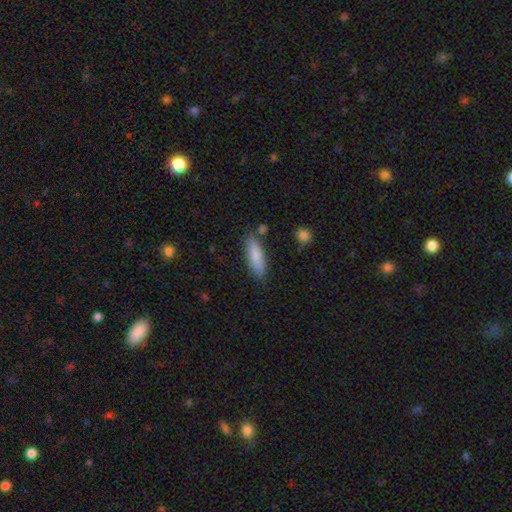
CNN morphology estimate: Q: Smooth or featured?
A: smooth (83%); runner-up: featured or disk (11%)
Q: How rounded?
A: in between (54%); runner-up: cigar-shaped (44%)
Q: Merging?
A: none (78%); runner-up: minor disturbance (14%)